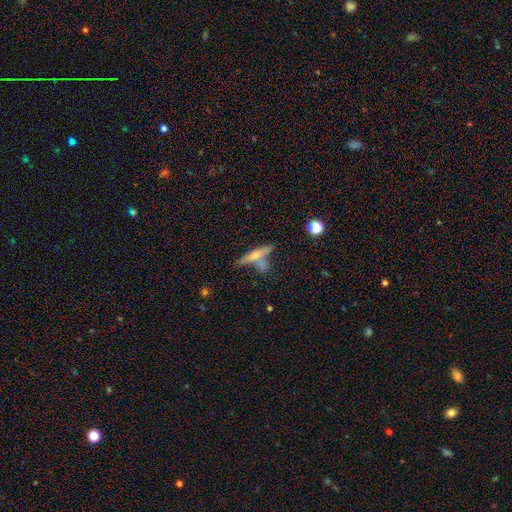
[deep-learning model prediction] A featured or disk galaxy (52%) viewed edge-on (90%).

Vote fractions:
- Smooth or featured? featured or disk: 52% / smooth: 40% / star or artifact: 9%
- Edge-on disk? yes: 90% / no: 10%
- Merging? none: 57% / merger: 23% / minor disturbance: 14% / major disturbance: 6%